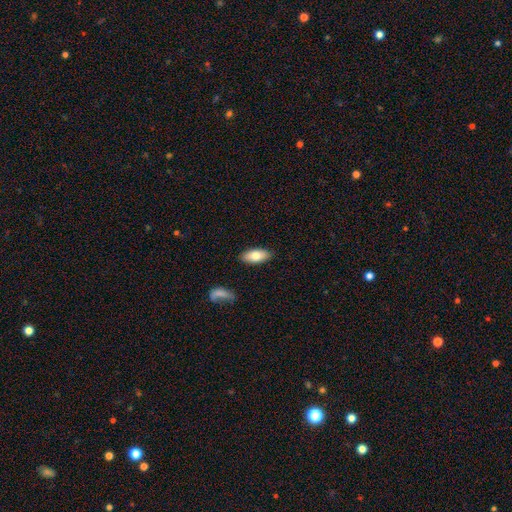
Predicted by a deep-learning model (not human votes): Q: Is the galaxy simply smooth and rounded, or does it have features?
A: smooth — 77%.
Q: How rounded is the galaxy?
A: in between — 89%.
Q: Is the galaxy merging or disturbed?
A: none — 87%.